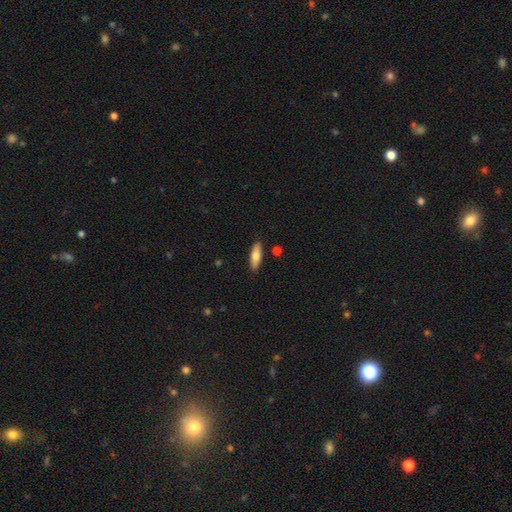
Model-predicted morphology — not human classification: Smooth or featured? smooth (74%)
How rounded? in between (53%)
Merging? none (87%)